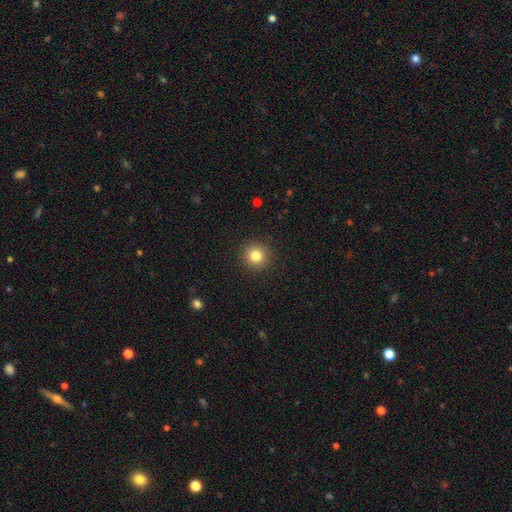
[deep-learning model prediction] Smooth or featured? smooth (82%)
How rounded? round (95%)
Merging? none (92%)